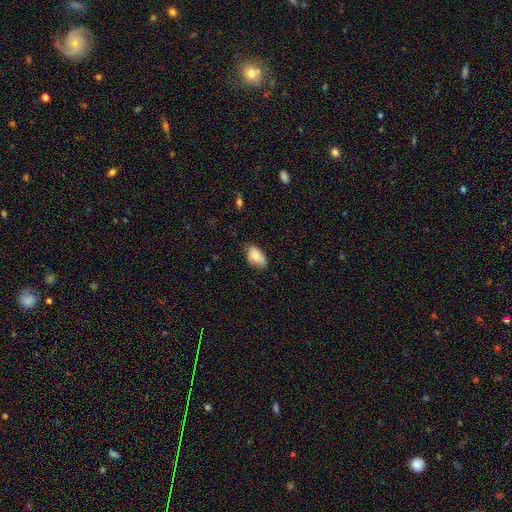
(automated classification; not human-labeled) Smooth or featured: smooth — 82% (featured or disk — 10%)
How rounded: in between — 92% (round — 6%)
Merging: none — 61% (minor disturbance — 31%)